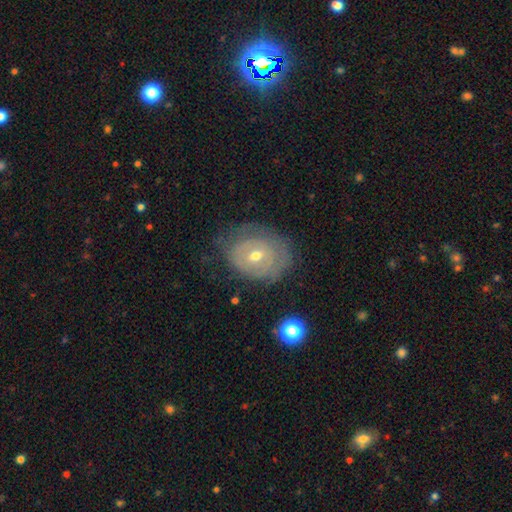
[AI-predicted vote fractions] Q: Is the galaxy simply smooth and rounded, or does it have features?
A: featured or disk — 63%.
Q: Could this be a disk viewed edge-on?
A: no — 95%.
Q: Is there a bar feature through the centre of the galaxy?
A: no — 65%.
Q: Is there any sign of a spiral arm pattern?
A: yes — 57%.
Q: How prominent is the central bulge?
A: moderate — 56%.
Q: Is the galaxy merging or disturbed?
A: none — 60%.